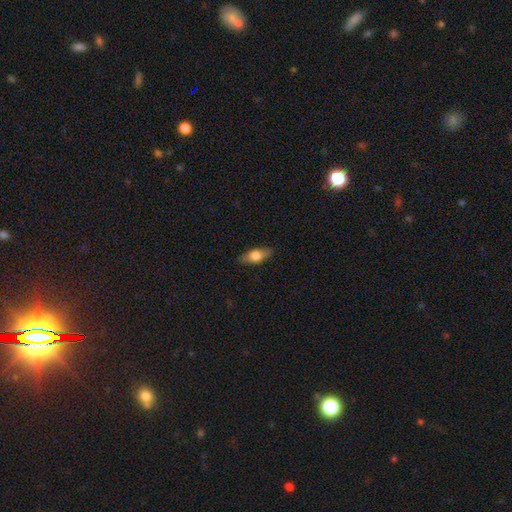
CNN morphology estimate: Overall: smooth (66%; featured or disk 28%). How rounded: in between (72%). Merging: none (86%).